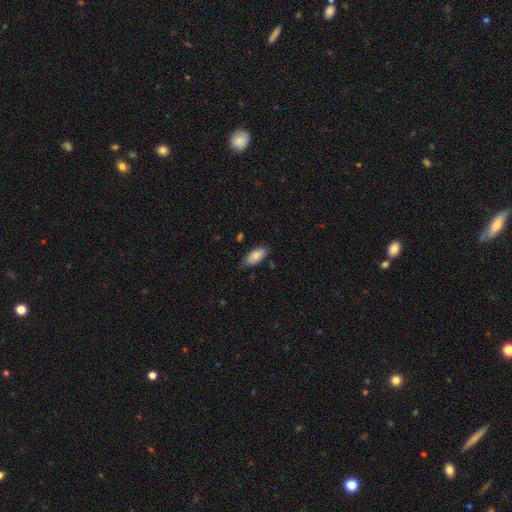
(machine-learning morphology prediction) Overall: smooth (82%). How rounded: in between (91%). Merging: none (74%).